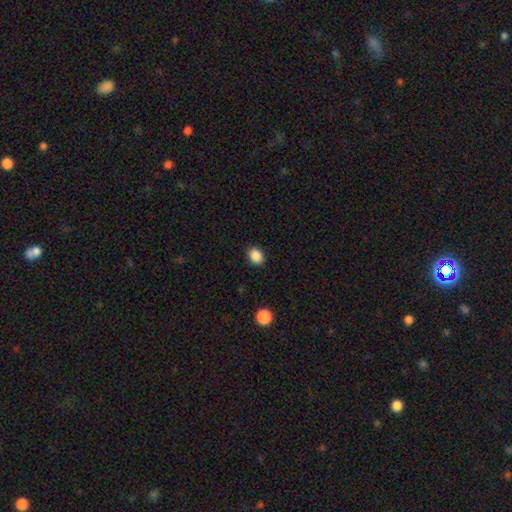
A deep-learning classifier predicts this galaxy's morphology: Overall: smooth (88%). How rounded: in between (54%; round 45%). Merging: none (88%).